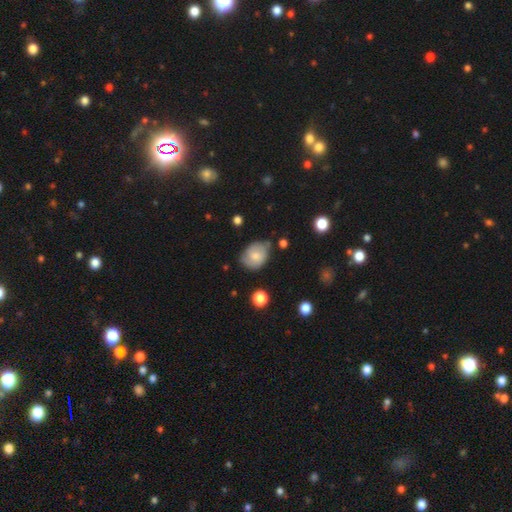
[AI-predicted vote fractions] smooth-or-featured: smooth: 68% | featured or disk: 24% | star or artifact: 8%
  how-rounded: in between: 58% | round: 41% | cigar-shaped: 1%
  merging: none: 59% | minor disturbance: 31% | major disturbance: 7% | merger: 4%